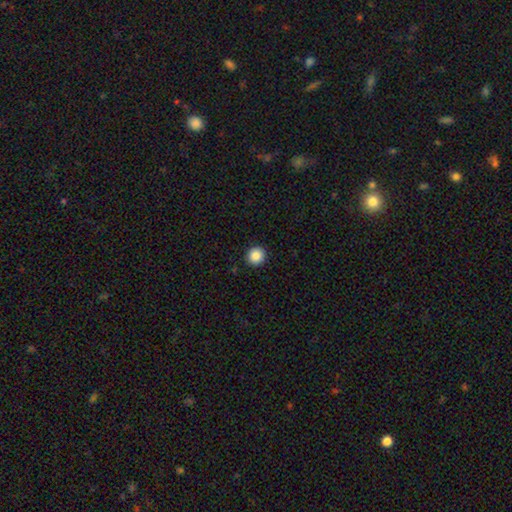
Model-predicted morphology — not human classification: smooth-or-featured: smooth: 87% | star or artifact: 9% | featured or disk: 4%
  how-rounded: round: 93% | in between: 6% | cigar-shaped: 1%
  merging: none: 92% | minor disturbance: 5% | major disturbance: 2% | merger: 1%